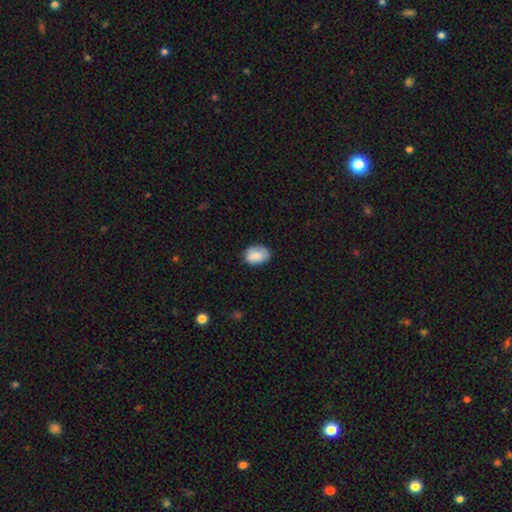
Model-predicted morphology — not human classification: This appears to be a smooth galaxy with no disk features (85%) that is in between round and cigar-shaped (77%). Merging: none (74%).